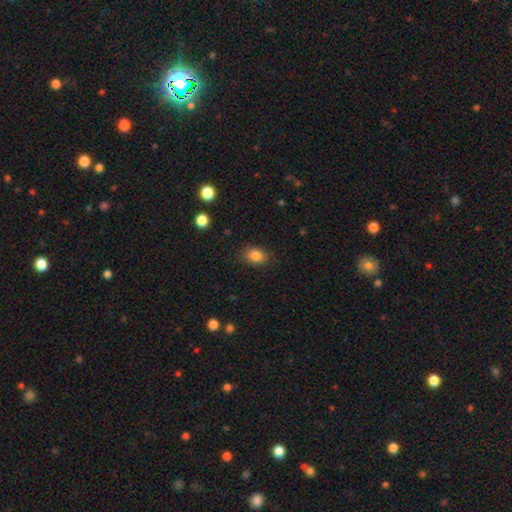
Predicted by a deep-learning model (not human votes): Morphology: type=smooth (85%); roundness=in between (71%); merging=none (85%).